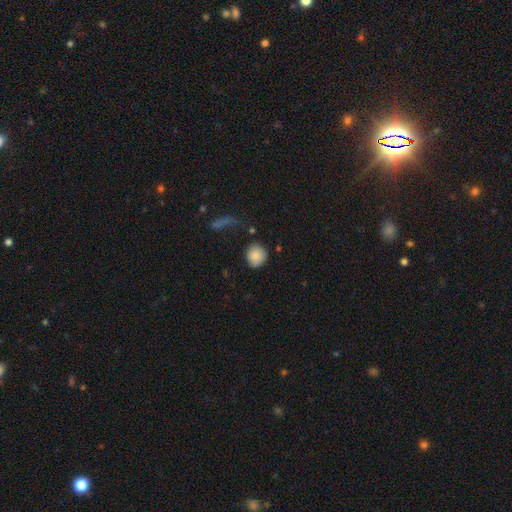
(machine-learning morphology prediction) This is clearly a smooth galaxy (85%). How rounded: clearly round (83%). Merging: likely none (71%).